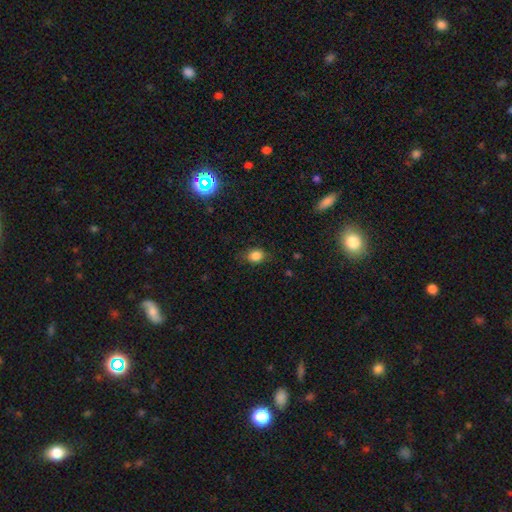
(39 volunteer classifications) Volunteers were most divided on "how rounded": in between: 53%, round: 47%, cigar-shaped: 0%. More confident: smooth or featured — smooth (82%); merging — none (80%).